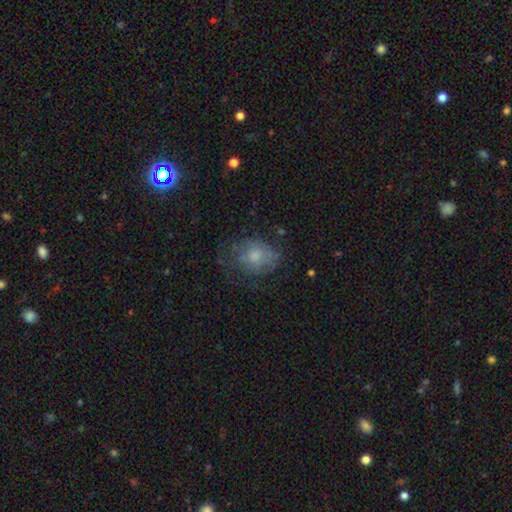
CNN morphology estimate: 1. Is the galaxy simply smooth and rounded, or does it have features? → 60% smooth, 29% featured or disk, 11% star or artifact.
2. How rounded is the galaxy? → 52% in between, 47% round, 1% cigar-shaped.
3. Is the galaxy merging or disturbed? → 49% none, 27% minor disturbance, 22% major disturbance, 2% merger.